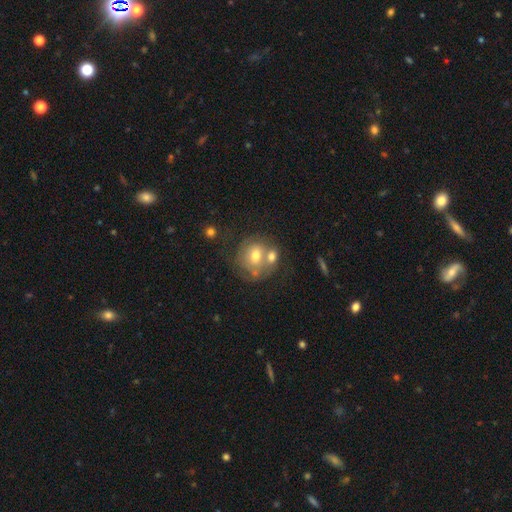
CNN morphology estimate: smooth_or_featured: smooth (p=0.57) [alt: featured or disk p=0.34]
how_rounded: round (p=0.76) [alt: in between p=0.23]
merging: merger (p=0.41) [alt: none p=0.37]